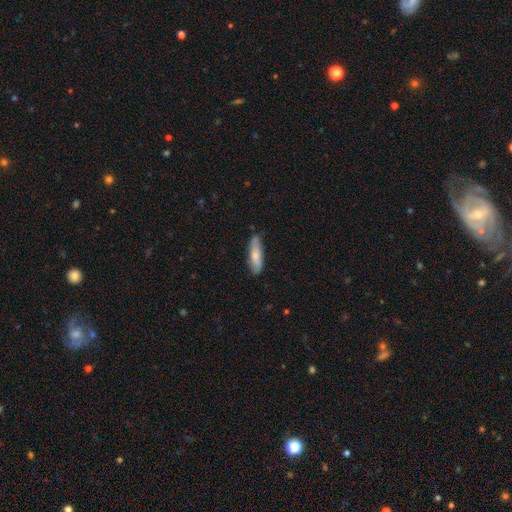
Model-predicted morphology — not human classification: Smooth or featured?
  - smooth: 70% *
  - featured or disk: 25%
  - star or artifact: 6%
How rounded?
  - cigar-shaped: 56% *
  - in between: 42%
  - round: 2%
Merging?
  - none: 77% *
  - minor disturbance: 18%
  - major disturbance: 3%
  - merger: 2%